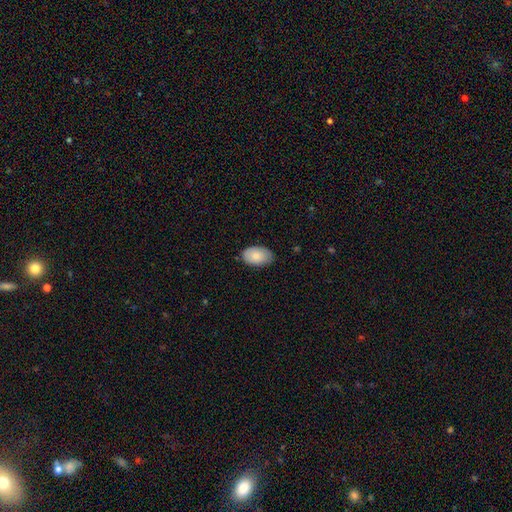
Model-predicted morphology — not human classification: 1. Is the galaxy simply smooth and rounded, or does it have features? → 85% smooth, 9% featured or disk, 6% star or artifact.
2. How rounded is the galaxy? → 93% in between, 6% round, 1% cigar-shaped.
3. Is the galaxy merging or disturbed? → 79% none, 17% minor disturbance, 3% major disturbance, 1% merger.